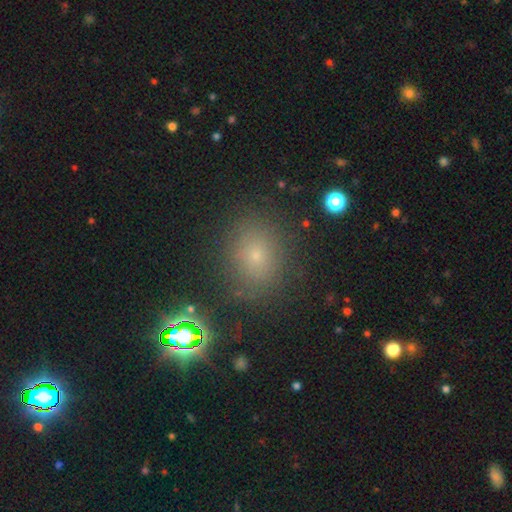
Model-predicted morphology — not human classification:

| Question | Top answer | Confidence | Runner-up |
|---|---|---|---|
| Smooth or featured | smooth | 66% | star or artifact (23%) |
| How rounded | round | 58% | in between (41%) |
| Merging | none | 83% | minor disturbance (11%) |